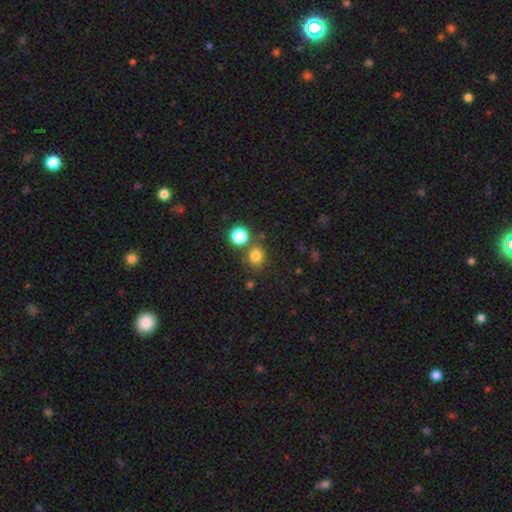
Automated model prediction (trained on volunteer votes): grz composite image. It shows a smooth galaxy with no disk features (79%) that is round (75%). Merging: none (73%).